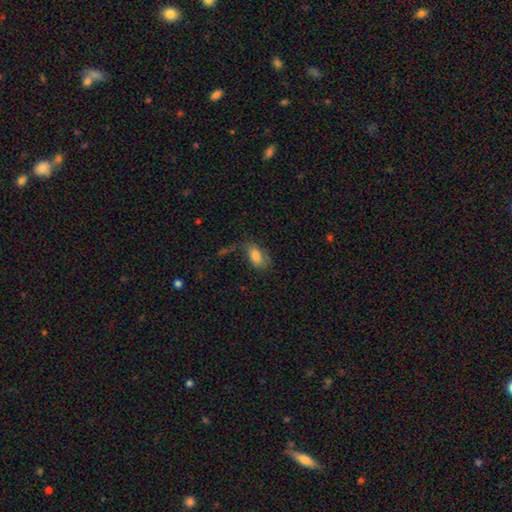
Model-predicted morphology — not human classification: Q: Smooth or featured?
A: smooth (79%); runner-up: featured or disk (13%)
Q: How rounded?
A: in between (91%); runner-up: round (5%)
Q: Merging?
A: none (58%); runner-up: minor disturbance (26%)